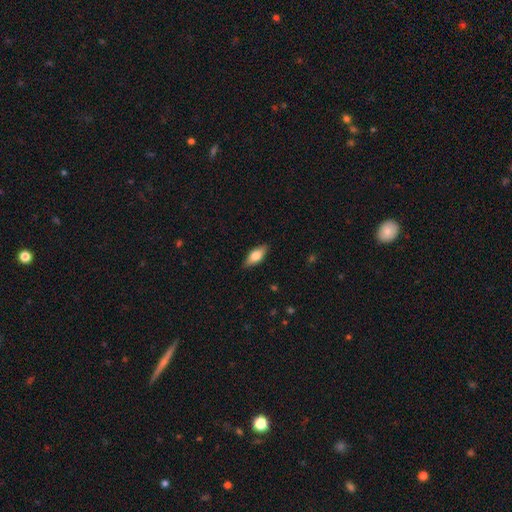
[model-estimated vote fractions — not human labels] Morphology: type=smooth (68%); roundness=in between (78%); merging=none (87%).